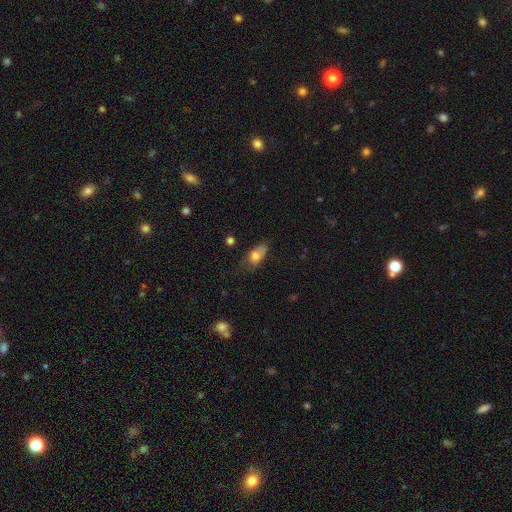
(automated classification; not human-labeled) Overall: smooth (74%). How rounded: in between (82%). Merging: none (42%; minor disturbance 36%).